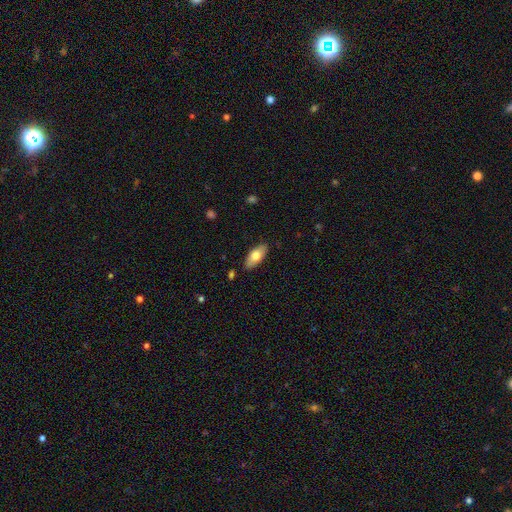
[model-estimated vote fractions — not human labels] Morphology: type=smooth (72%); roundness=in between (87%); merging=none (86%).